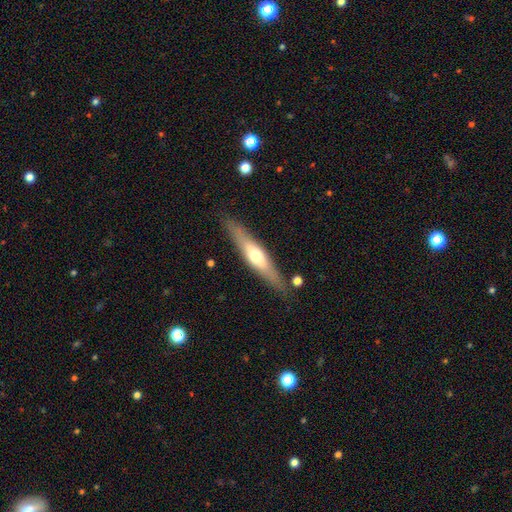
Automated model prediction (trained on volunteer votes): Smooth or featured? Predicted: featured or disk (p=0.54). Edge-on disk? Predicted: yes (p=0.90). Merging? Predicted: none (p=0.85).